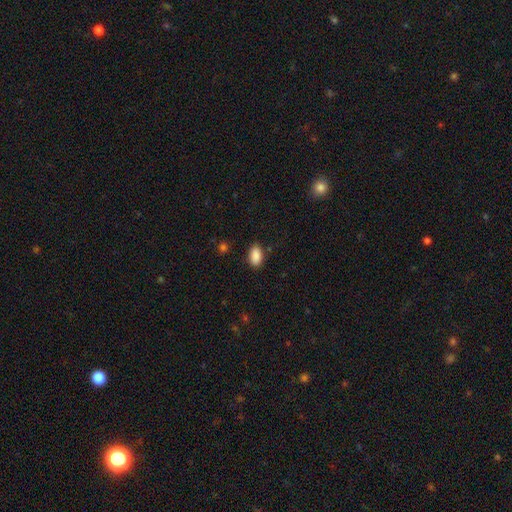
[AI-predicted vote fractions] Overall: smooth (90%). How rounded: in between (92%). Merging: none (85%).